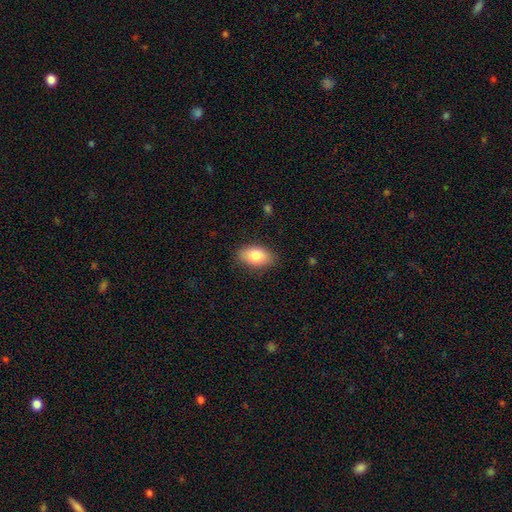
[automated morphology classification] type=smooth (81%); roundness=in between (91%); merging=none (84%).